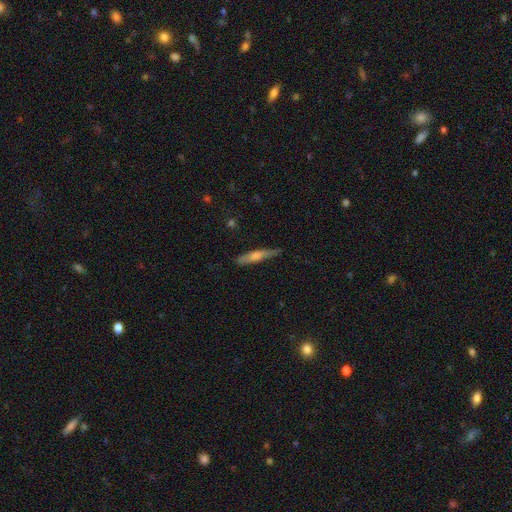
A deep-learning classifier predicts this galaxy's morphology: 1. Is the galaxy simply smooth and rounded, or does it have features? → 48% smooth, 46% featured or disk, 7% star or artifact.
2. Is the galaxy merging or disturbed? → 78% none, 18% minor disturbance, 3% major disturbance, 2% merger.